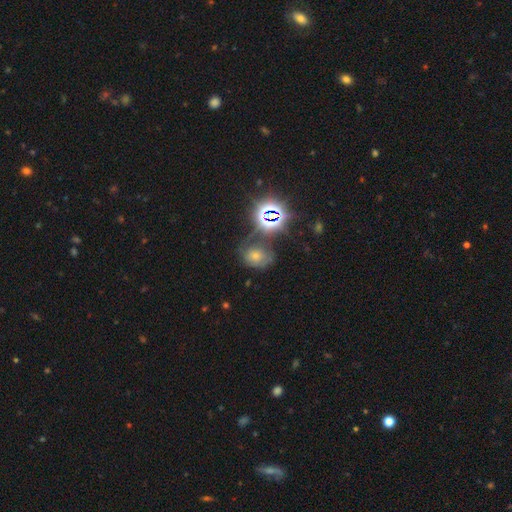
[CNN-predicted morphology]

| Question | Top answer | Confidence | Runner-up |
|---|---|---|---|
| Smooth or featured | star or artifact | 51% | smooth (30%) |